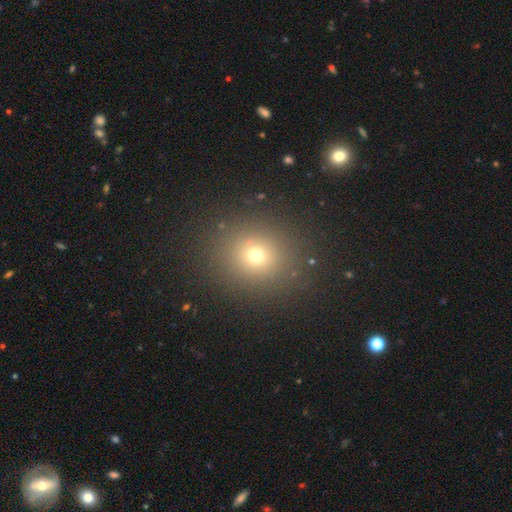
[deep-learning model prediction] This is likely a smooth galaxy (68%). How rounded: clearly round (81%). Merging: clearly none (88%).